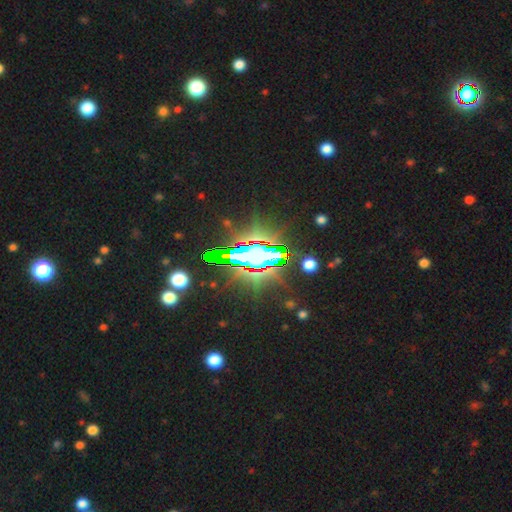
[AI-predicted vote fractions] star or artifact 74%, smooth 15%, featured or disk 12%.